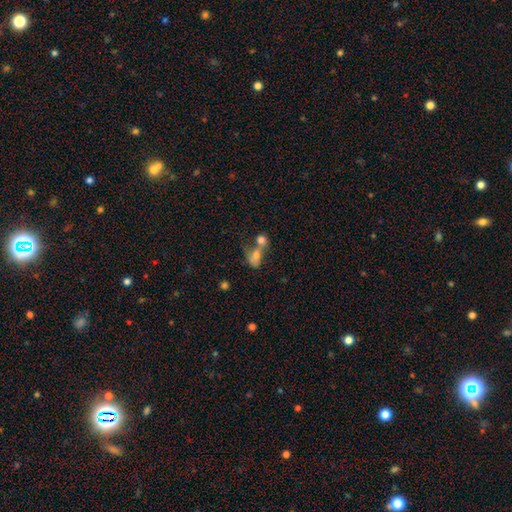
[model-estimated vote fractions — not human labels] The model was most divided on "how rounded": in between: 67%, round: 30%, cigar-shaped: 3%. More confident: smooth or featured — smooth (66%); merging — merger (66%).